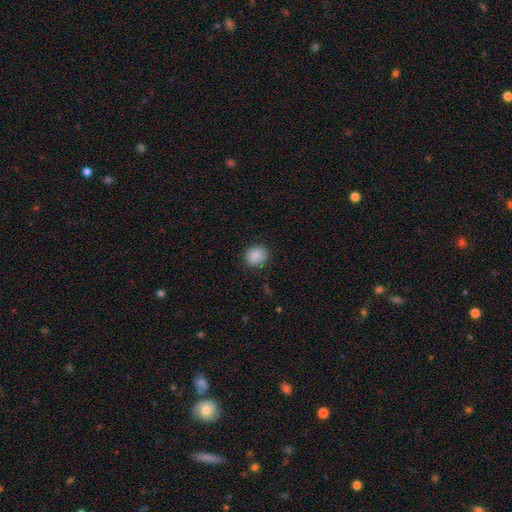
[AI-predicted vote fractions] smooth-or-featured: smooth: 88% | star or artifact: 8% | featured or disk: 3%
  how-rounded: round: 70% | in between: 29% | cigar-shaped: 1%
  merging: none: 87% | minor disturbance: 9% | major disturbance: 3% | merger: 1%